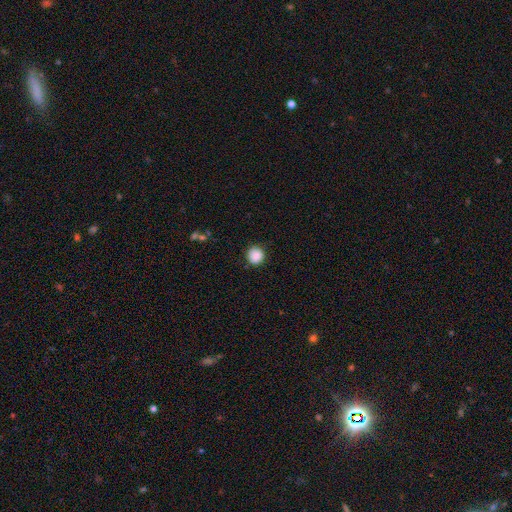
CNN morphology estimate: The model was most divided on "merging": none: 88%, minor disturbance: 9%, major disturbance: 2%, merger: 1%. More confident: how rounded — round (92%); smooth or featured — smooth (88%).